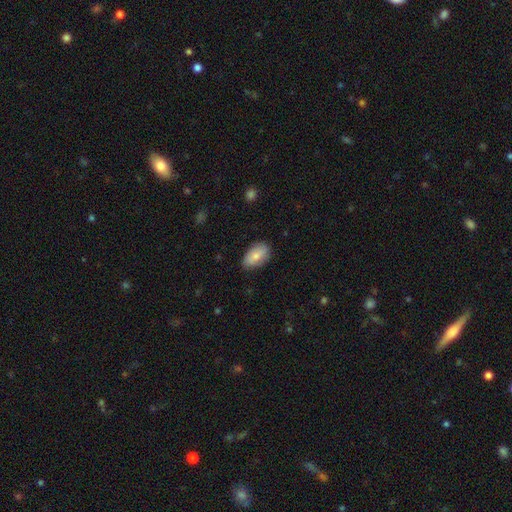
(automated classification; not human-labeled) Smooth or featured?
  - smooth: 78% *
  - featured or disk: 16%
  - star or artifact: 6%
How rounded?
  - in between: 93% *
  - round: 5%
  - cigar-shaped: 2%
Merging?
  - none: 78% *
  - minor disturbance: 18%
  - major disturbance: 3%
  - merger: 1%